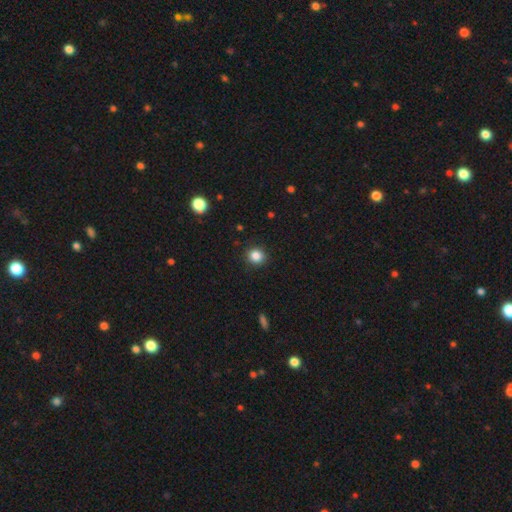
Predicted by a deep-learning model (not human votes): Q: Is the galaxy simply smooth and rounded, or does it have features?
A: smooth — 85%.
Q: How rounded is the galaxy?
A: round — 88%.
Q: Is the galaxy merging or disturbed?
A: none — 90%.